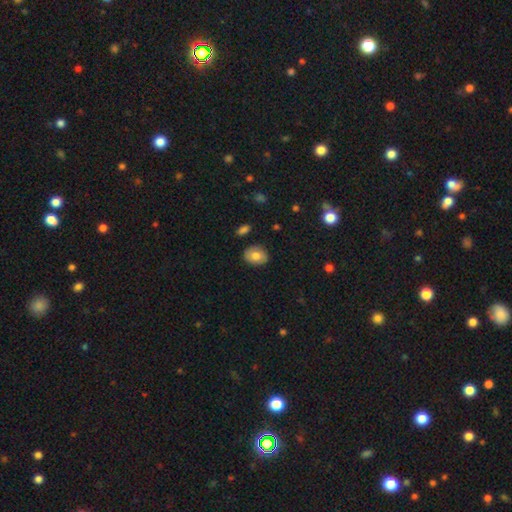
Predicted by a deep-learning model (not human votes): Overall: smooth (76%). How rounded: in between (59%; round 40%). Merging: none (84%).